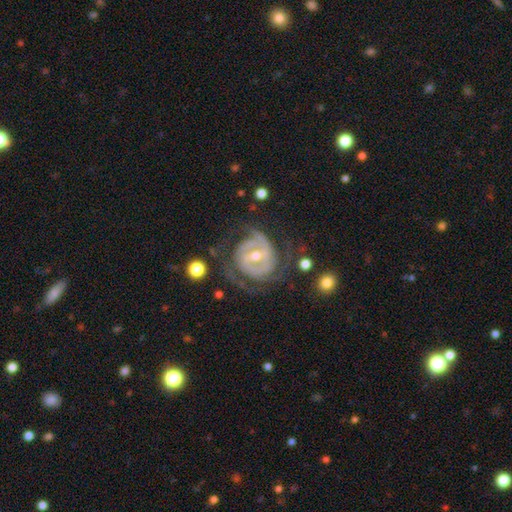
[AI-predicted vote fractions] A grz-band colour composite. It shows a featured or disk galaxy (88%) with a weak bar (43%), 2 (42%) tight (57%) spiral arms (93%) and a moderate central bulge (54%). Merging: none (61%).